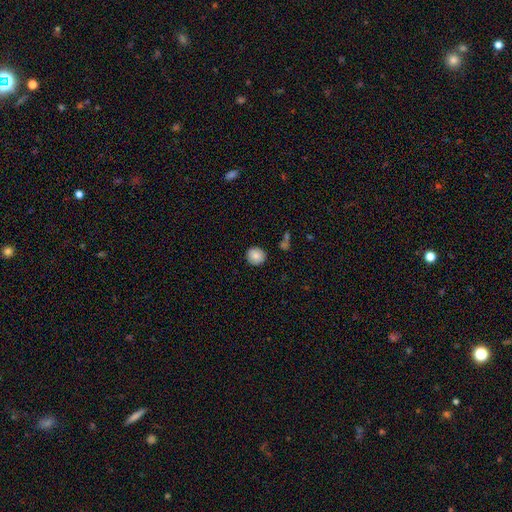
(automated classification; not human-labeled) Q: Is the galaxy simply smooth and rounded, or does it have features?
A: smooth — 85%.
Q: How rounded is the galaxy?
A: round — 90%.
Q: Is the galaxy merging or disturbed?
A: none — 87%.